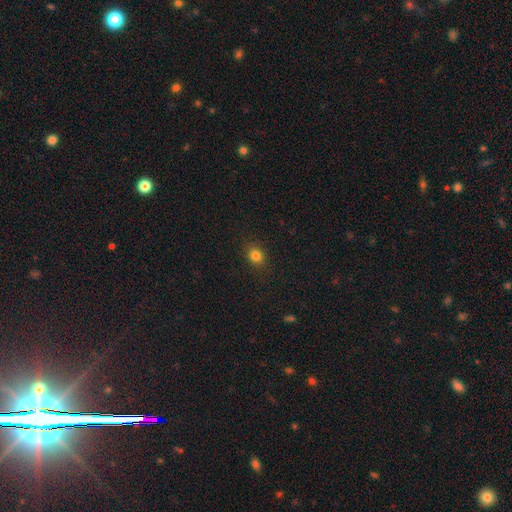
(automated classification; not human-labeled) This appears to be a smooth galaxy with no disk features (82%) that is round (68%). Merging: none (89%).